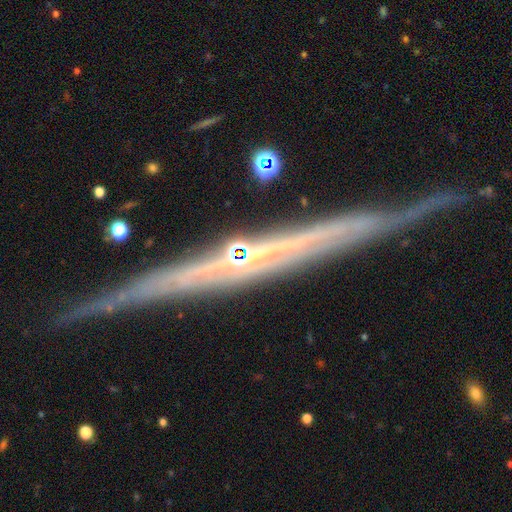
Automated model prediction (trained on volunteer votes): Smooth or featured: featured or disk — 85% (star or artifact — 8%)
Edge-on disk: yes — 98% (no — 2%)
Edge-on bulge: none — 52% (rounded — 36%)
Merging: none — 88% (minor disturbance — 9%)